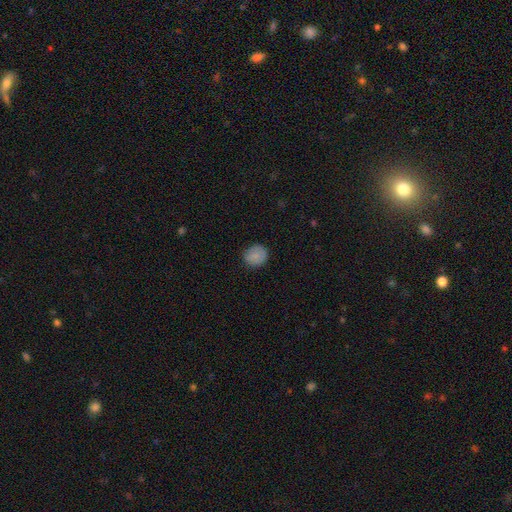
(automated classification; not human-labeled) A smooth galaxy with no disk features (86%) that is round (86%). Merging: none (86%).